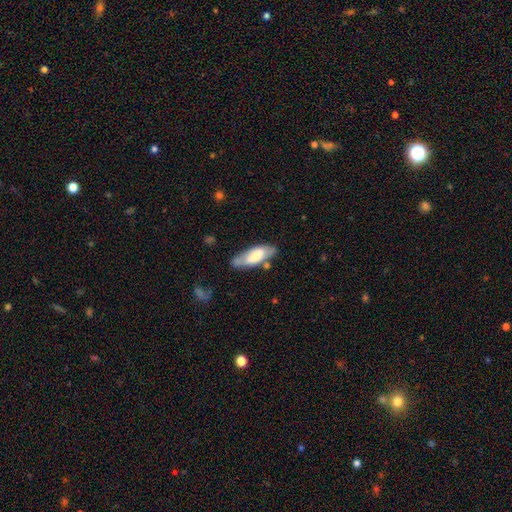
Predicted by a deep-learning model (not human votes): Overall: smooth (64%; featured or disk 30%). How rounded: in between (65%; cigar-shaped 33%). Merging: none (64%).